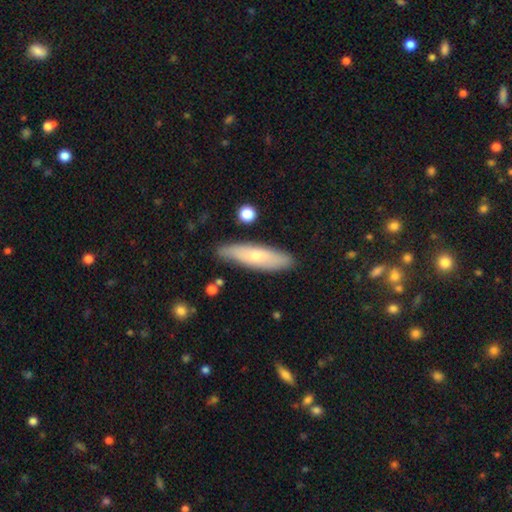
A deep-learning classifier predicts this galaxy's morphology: smooth 60%, featured or disk 33%, star or artifact 6%. Down the decision tree: how rounded — cigar-shaped (68%); merging — none (83%).